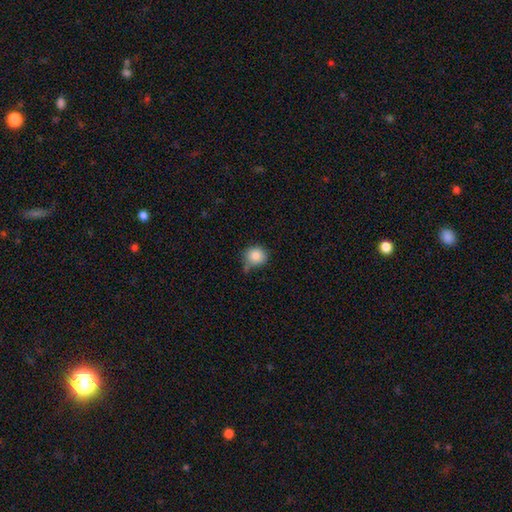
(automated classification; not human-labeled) Smooth or featured? smooth (83%)
How rounded? round (86%)
Merging? none (66%)